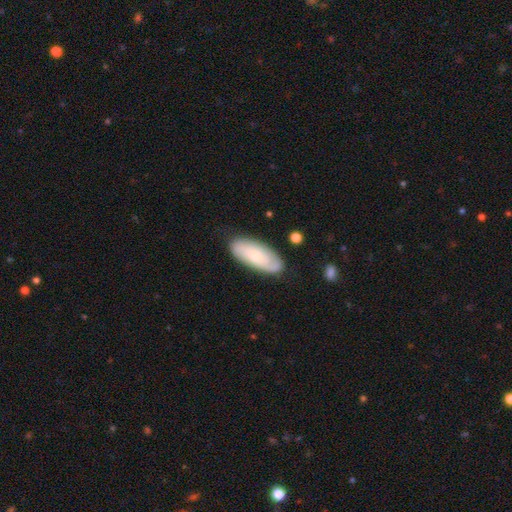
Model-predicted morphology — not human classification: type=smooth (49%); merging=none (80%).